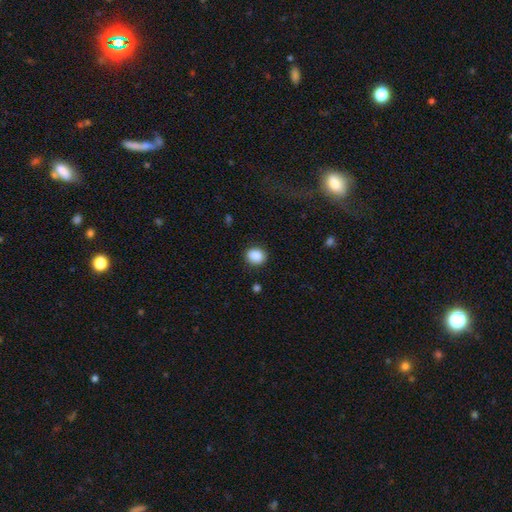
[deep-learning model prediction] Morphology: type=smooth (88%); roundness=round (68%); merging=none (86%).